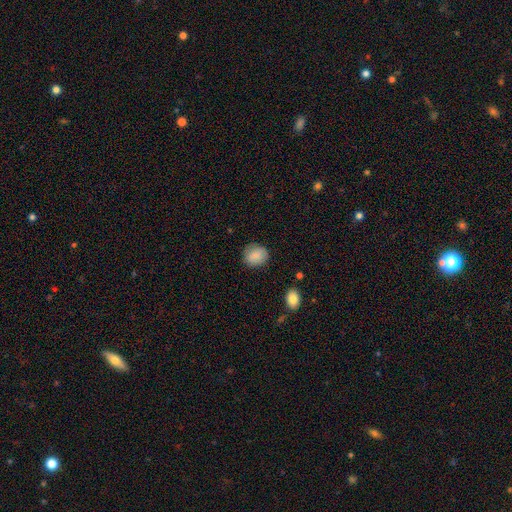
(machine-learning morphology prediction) A smooth galaxy with no disk features (87%) that is round (74%). Merging: none (83%).